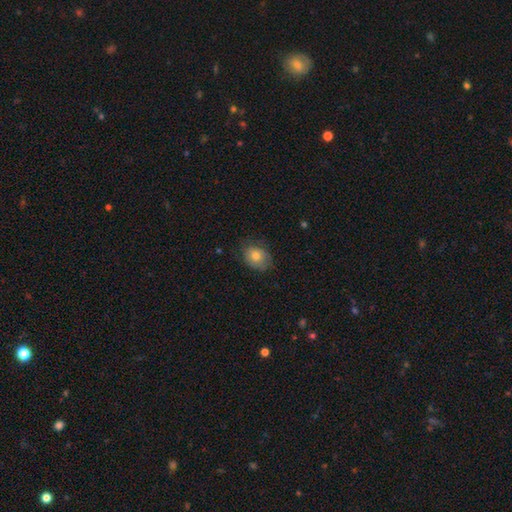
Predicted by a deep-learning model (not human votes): Q: Smooth or featured?
A: smooth (74%); runner-up: featured or disk (18%)
Q: How rounded?
A: in between (63%); runner-up: round (36%)
Q: Merging?
A: none (70%); runner-up: minor disturbance (23%)